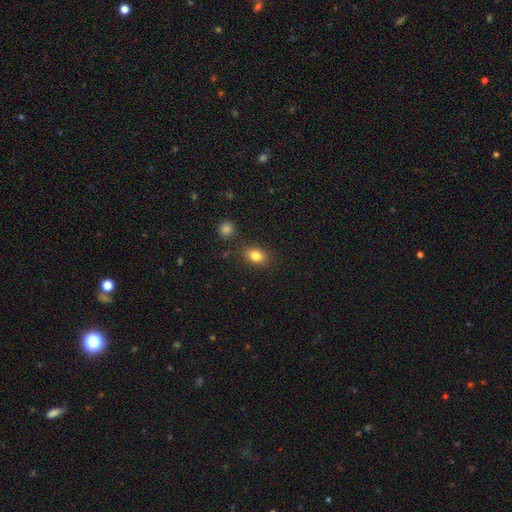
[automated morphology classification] smooth 83%, star or artifact 10%, featured or disk 7%. Down the decision tree: how rounded — in between (69%); merging — none (83%).